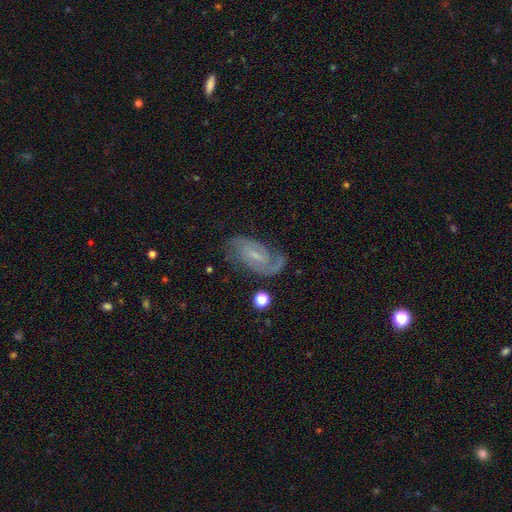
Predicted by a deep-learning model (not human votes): smooth_or_featured: featured or disk (p=0.85) [alt: smooth p=0.08]
disk_edge_on: no (p=0.97) [alt: yes p=0.03]
bar: weak (p=0.53) [alt: no p=0.29]
has_spiral_arms: yes (p=0.97) [alt: no p=0.03]
spiral_winding: medium (p=0.48) [alt: tight p=0.41]
spiral_arm_count: 2 (p=0.83) [alt: can't tell p=0.07]
bulge_size: small (p=0.65) [alt: moderate p=0.20]
merging: none (p=0.76) [alt: minor disturbance p=0.16]